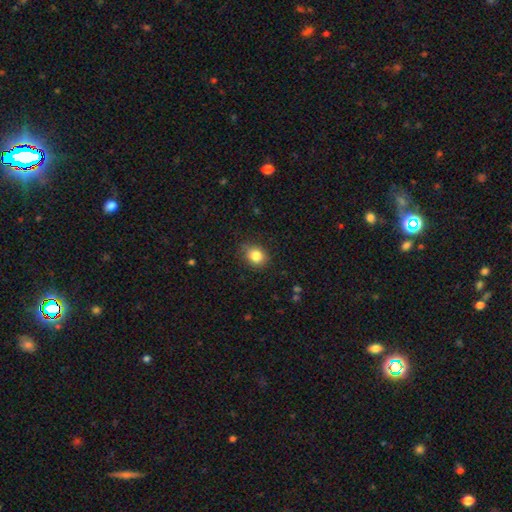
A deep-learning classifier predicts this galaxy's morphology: This is clearly a smooth galaxy (84%). How rounded: possibly round (60%). Merging: likely none (79%).